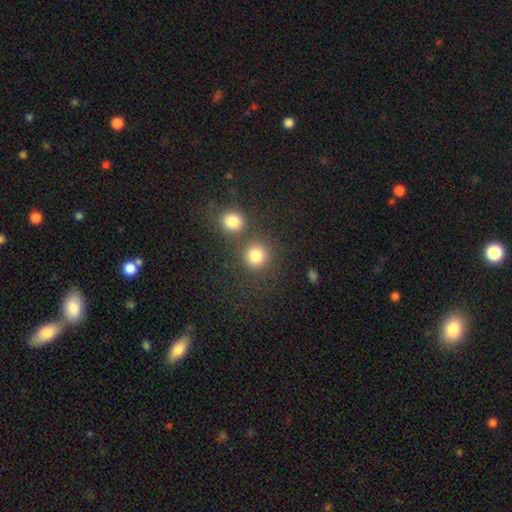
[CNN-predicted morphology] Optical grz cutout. It shows a smooth galaxy with no disk features (82%) that is round (89%). Merging: none (67%).